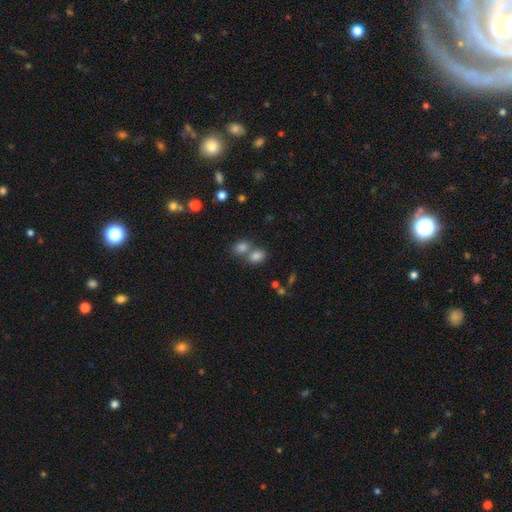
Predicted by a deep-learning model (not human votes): A smooth galaxy with no disk features (79%) that is in between round and cigar-shaped (64%).

Vote fractions:
- Smooth or featured? smooth: 79% / star or artifact: 13% / featured or disk: 8%
- How rounded? in between: 64% / round: 34% / cigar-shaped: 1%
- Merging? merger: 47% / none: 42% / minor disturbance: 8% / major disturbance: 3%